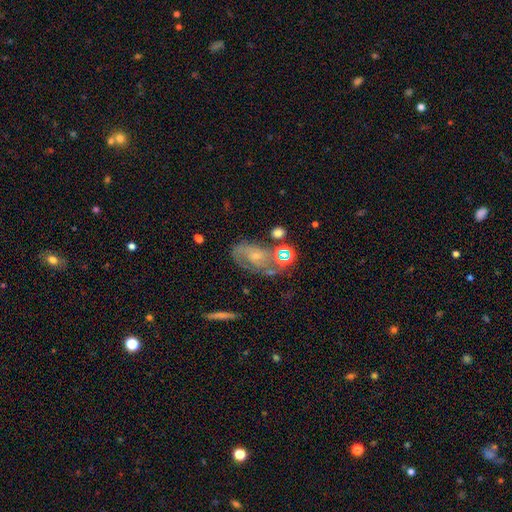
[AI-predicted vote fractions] A featured or disk galaxy (63%) with no bar (70%), spiral arms (78%) and a small central bulge (71%).

Vote fractions:
- Smooth or featured? featured or disk: 63% / smooth: 24% / star or artifact: 13%
- Edge-on disk? no: 95% / yes: 5%
- Bar? no: 70% / weak: 24% / strong: 6%
- Spiral arms? yes: 78% / no: 22%
- Bulge size? small: 71% / moderate: 21% / none: 6% / large: 2% / dominant: 1%
- Merging? none: 47% / minor disturbance: 23% / major disturbance: 18% / merger: 13%